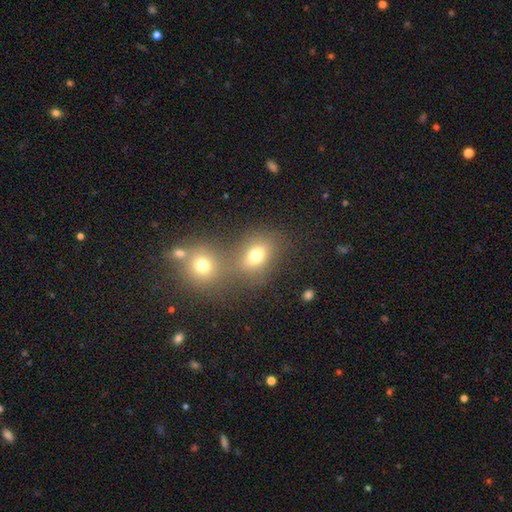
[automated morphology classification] Smooth or featured? smooth (72%)
How rounded? round (52%)
Merging? merger (44%)